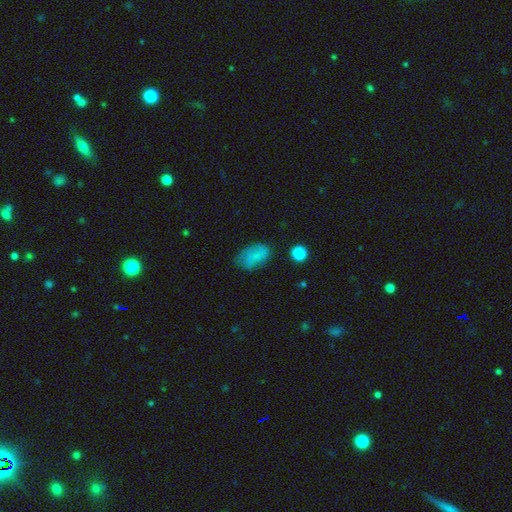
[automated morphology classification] Smooth or featured? smooth (77%)
How rounded? in between (89%)
Merging? none (60%)